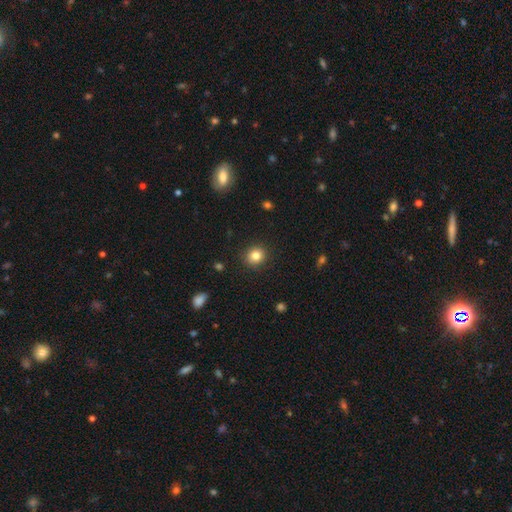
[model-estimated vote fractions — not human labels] The model was most divided on "how rounded": round: 82%, in between: 17%, cigar-shaped: 1%. More confident: merging — none (90%); smooth or featured — smooth (83%).